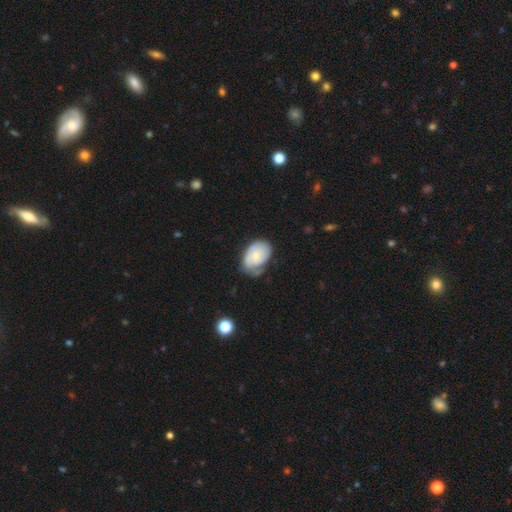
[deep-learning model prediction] Q: Smooth or featured?
A: featured or disk (48%); runner-up: smooth (46%)
Q: Merging?
A: none (45%); runner-up: minor disturbance (37%)